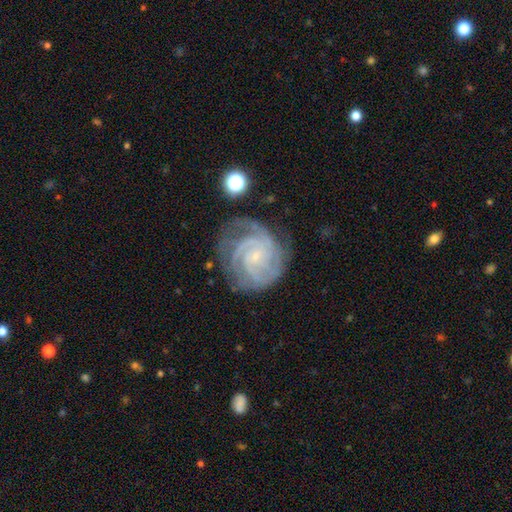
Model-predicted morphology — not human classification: Smooth or featured? featured or disk (88%)
Edge-on disk? no (98%)
Bar? no (68%)
Spiral arms? yes (98%)
Spiral winding? tight (73%)
Spiral arm count? 3 (31%)
Bulge size? small (82%)
Merging? none (69%)